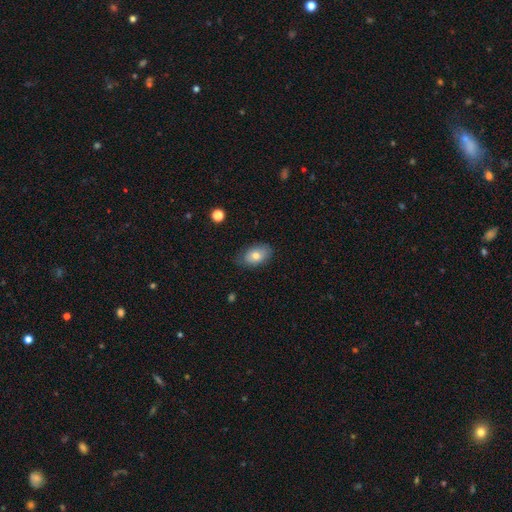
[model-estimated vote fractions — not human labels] A smooth galaxy with no disk features (73%) that is in between round and cigar-shaped (88%). Merging: none (74%).